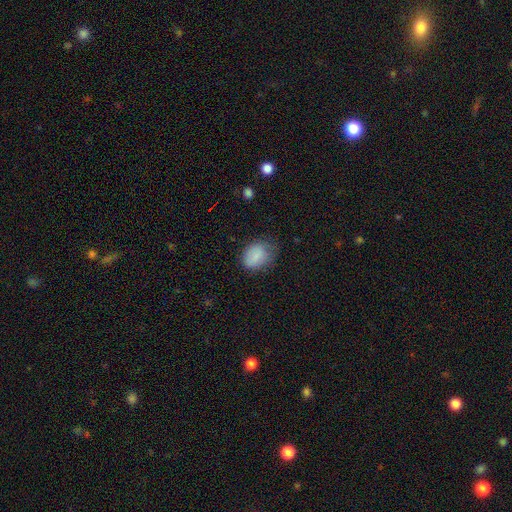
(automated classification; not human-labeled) Q: Smooth or featured?
A: smooth (84%); runner-up: featured or disk (8%)
Q: How rounded?
A: in between (63%); runner-up: round (36%)
Q: Merging?
A: none (57%); runner-up: minor disturbance (31%)